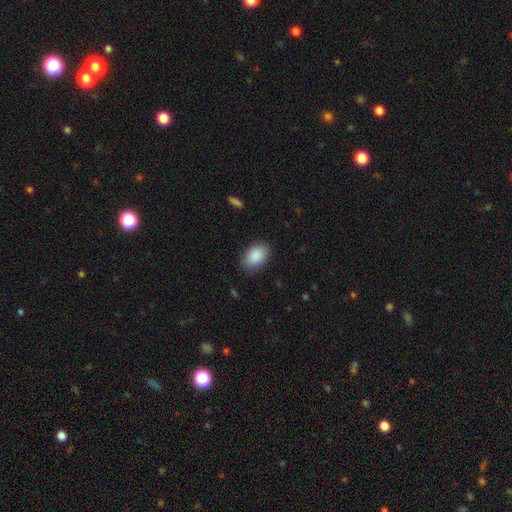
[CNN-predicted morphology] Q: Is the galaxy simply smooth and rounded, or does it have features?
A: smooth — 90%.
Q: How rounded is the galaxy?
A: in between — 88%.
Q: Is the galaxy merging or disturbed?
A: none — 86%.